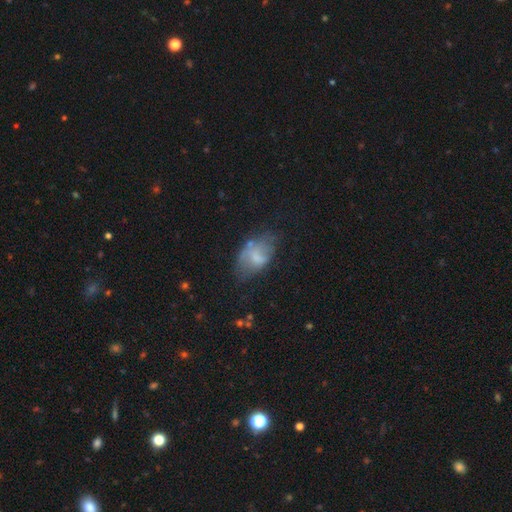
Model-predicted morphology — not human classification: smooth-or-featured: smooth: 58% | featured or disk: 33% | star or artifact: 9%
  how-rounded: in between: 89% | round: 9% | cigar-shaped: 2%
  merging: none: 42% | minor disturbance: 32% | major disturbance: 21% | merger: 5%